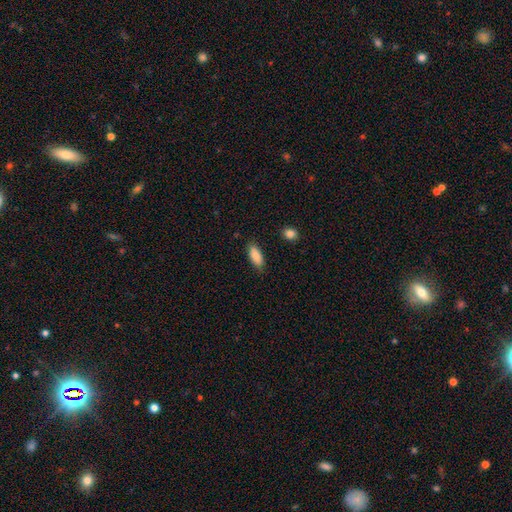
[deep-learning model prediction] Smooth or featured? Predicted: smooth (p=0.84). How rounded? Predicted: in between (p=0.84). Merging? Predicted: none (p=0.83).